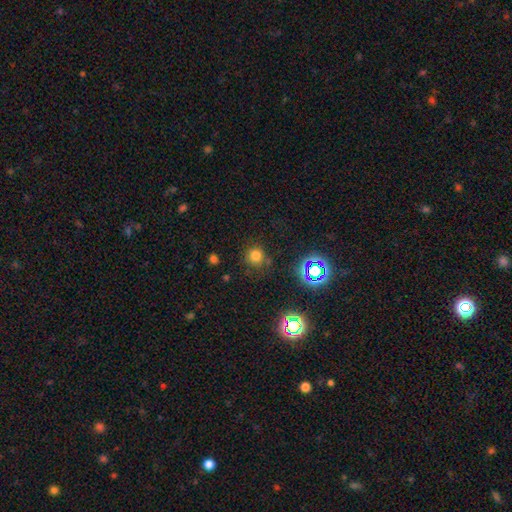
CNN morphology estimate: Smooth or featured?
  - smooth: 72% *
  - star or artifact: 22%
  - featured or disk: 6%
How rounded?
  - round: 92% *
  - in between: 7%
  - cigar-shaped: 1%
Merging?
  - none: 79% *
  - minor disturbance: 12%
  - major disturbance: 5%
  - merger: 4%